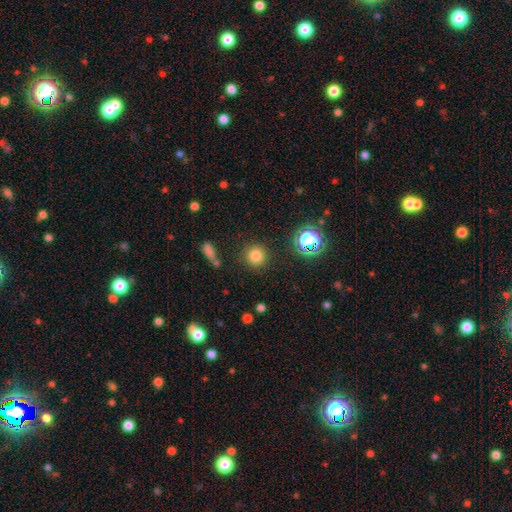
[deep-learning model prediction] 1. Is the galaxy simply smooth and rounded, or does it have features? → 78% smooth, 16% star or artifact, 6% featured or disk.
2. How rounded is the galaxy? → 94% round, 5% in between, 1% cigar-shaped.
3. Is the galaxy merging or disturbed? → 87% none, 7% minor disturbance, 3% major disturbance, 3% merger.